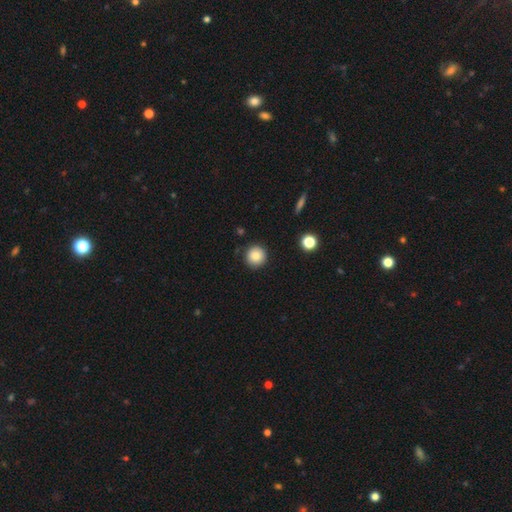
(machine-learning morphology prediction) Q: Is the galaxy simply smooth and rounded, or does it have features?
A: smooth — 84%.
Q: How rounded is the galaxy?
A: round — 95%.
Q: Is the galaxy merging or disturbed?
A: none — 90%.